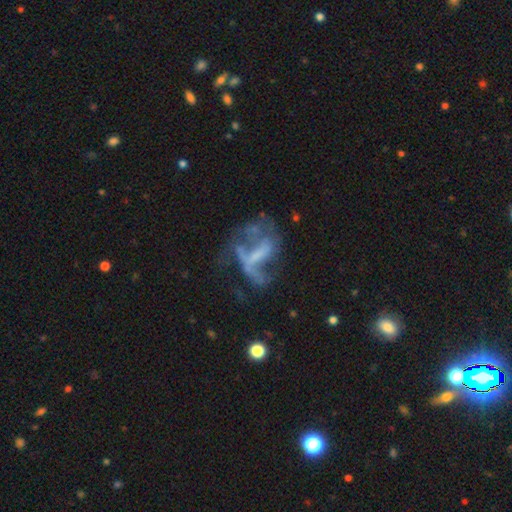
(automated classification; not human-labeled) Q: Smooth or featured?
A: featured or disk (69%); runner-up: smooth (17%)
Q: Edge-on disk?
A: no (95%); runner-up: yes (5%)
Q: Bar?
A: no (39%); runner-up: strong (31%)
Q: Spiral arms?
A: no (53%); runner-up: yes (47%)
Q: Bulge size?
A: none (58%); runner-up: small (21%)
Q: Merging?
A: major disturbance (43%); runner-up: none (31%)